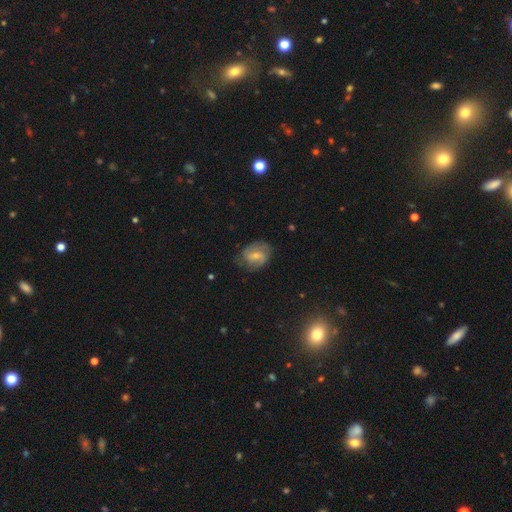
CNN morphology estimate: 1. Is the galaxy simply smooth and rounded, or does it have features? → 64% featured or disk, 29% smooth, 7% star or artifact.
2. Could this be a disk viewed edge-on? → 97% no, 3% yes.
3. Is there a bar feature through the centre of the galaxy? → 51% weak, 35% no, 14% strong.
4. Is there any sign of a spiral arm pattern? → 88% yes, 12% no.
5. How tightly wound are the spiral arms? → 45% medium, 31% tight, 24% loose.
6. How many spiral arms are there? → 66% 2, 18% can't tell, 8% 3, 3% 1, 2% 4, 2% more than 4.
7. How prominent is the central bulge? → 55% small, 39% moderate, 4% none, 2% large, 1% dominant.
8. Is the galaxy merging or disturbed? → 70% none, 21% minor disturbance, 7% major disturbance, 1% merger.